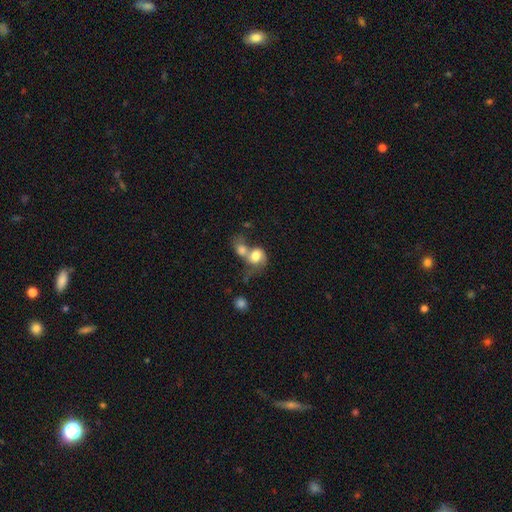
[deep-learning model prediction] Smooth or featured?
  - smooth: 66% *
  - featured or disk: 26%
  - star or artifact: 8%
How rounded?
  - round: 54% *
  - in between: 45%
  - cigar-shaped: 1%
Merging?
  - merger: 73% *
  - none: 12%
  - major disturbance: 9%
  - minor disturbance: 6%